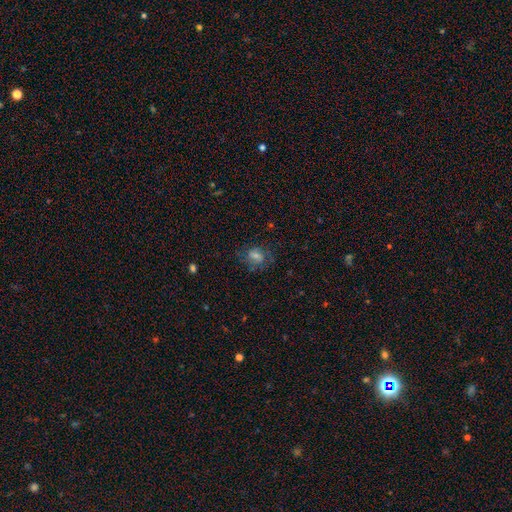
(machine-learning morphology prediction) type=smooth (45%); merging=none (66%).